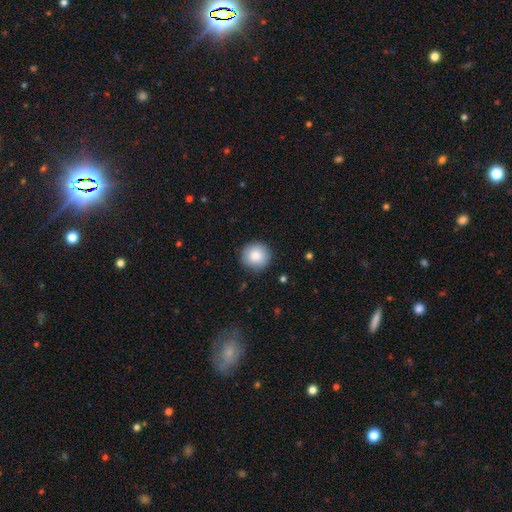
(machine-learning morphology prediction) Q: Smooth or featured?
A: smooth (86%); runner-up: star or artifact (7%)
Q: How rounded?
A: round (95%); runner-up: in between (5%)
Q: Merging?
A: none (88%); runner-up: minor disturbance (9%)